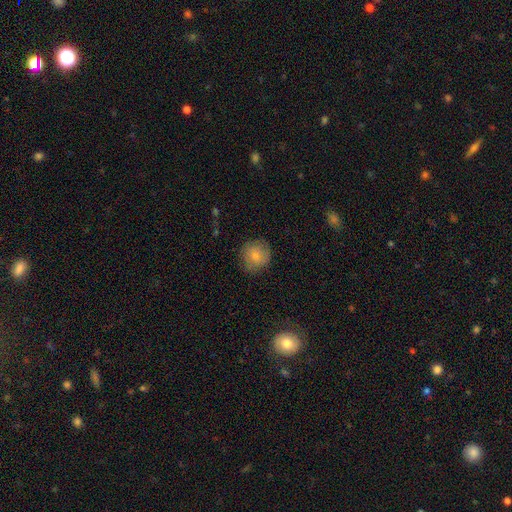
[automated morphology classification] smooth 77%, featured or disk 15%, star or artifact 8%. Down the decision tree: how rounded — round (90%); merging — none (79%).